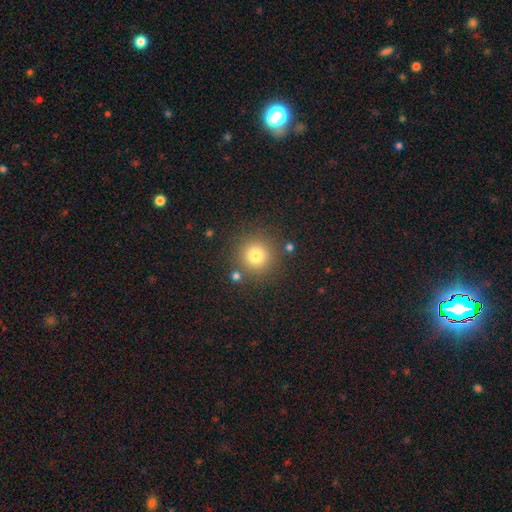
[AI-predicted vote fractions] This appears to be a smooth galaxy with no disk features (78%) that is round (94%). Merging: none (84%).